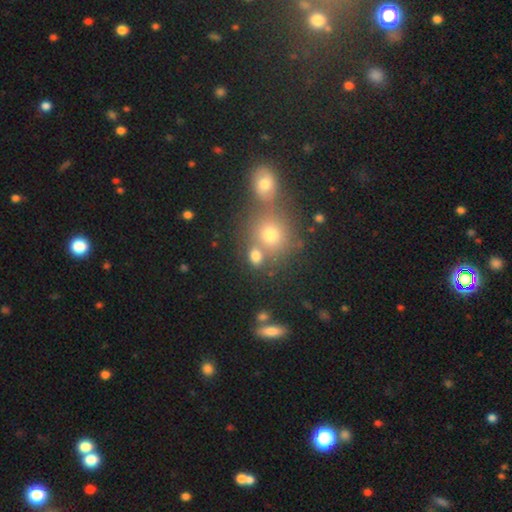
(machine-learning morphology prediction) Smooth or featured? smooth (71%)
How rounded? round (63%)
Merging? none (54%)